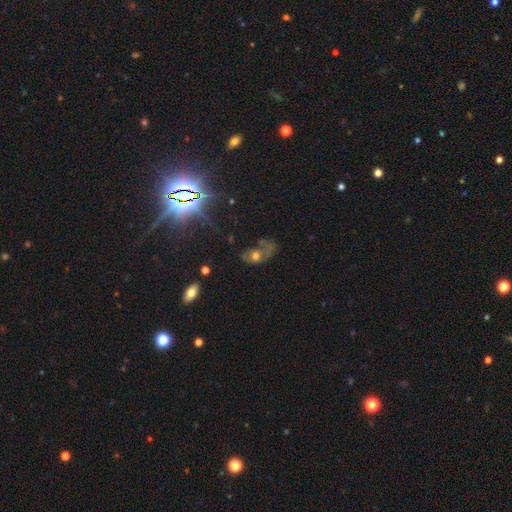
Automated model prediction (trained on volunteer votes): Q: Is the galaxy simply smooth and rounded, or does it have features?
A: smooth — 45%.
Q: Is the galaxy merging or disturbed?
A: major disturbance — 41%.